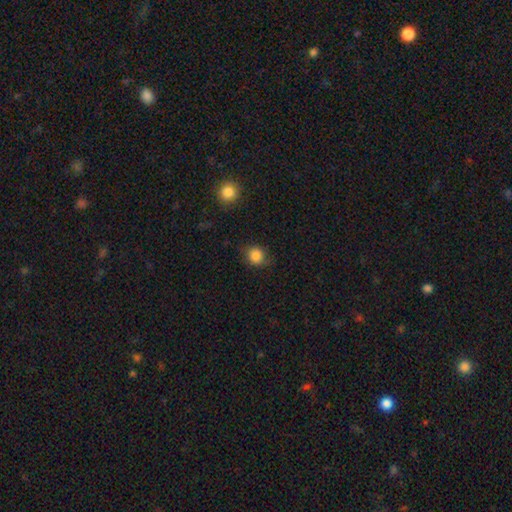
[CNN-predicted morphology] A smooth galaxy with no disk features (84%) that is round (77%). Merging: none (73%).